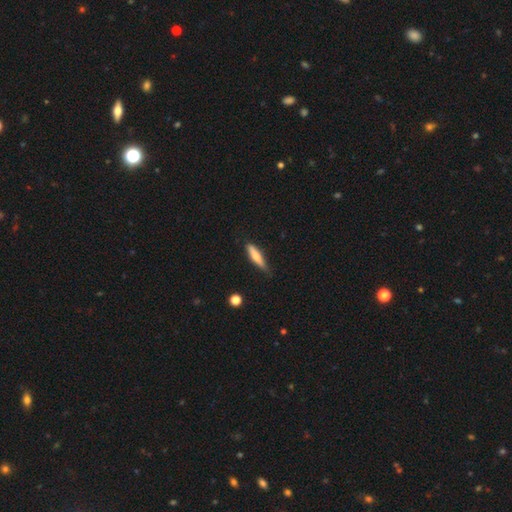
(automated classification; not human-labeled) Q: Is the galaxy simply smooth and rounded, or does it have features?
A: smooth — 70%.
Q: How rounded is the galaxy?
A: cigar-shaped — 80%.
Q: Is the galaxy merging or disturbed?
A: none — 68%.